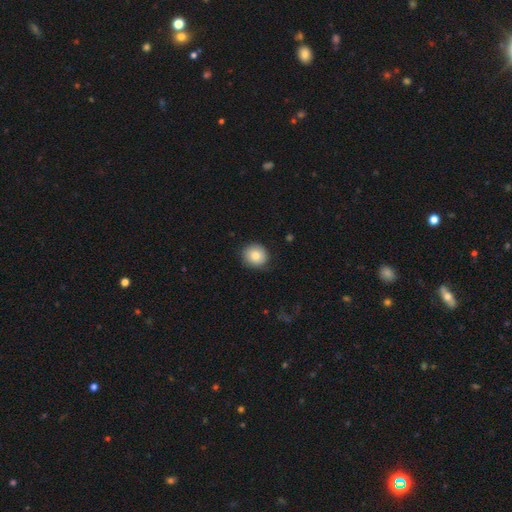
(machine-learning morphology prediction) Smooth or featured? smooth (83%)
How rounded? round (86%)
Merging? none (78%)